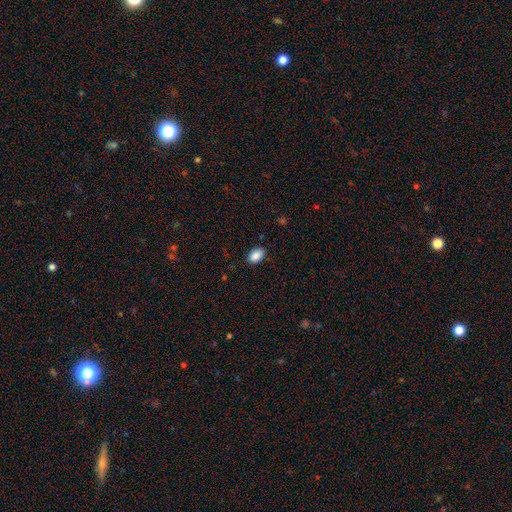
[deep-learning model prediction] Overall: smooth (89%). How rounded: in between (88%). Merging: none (86%).